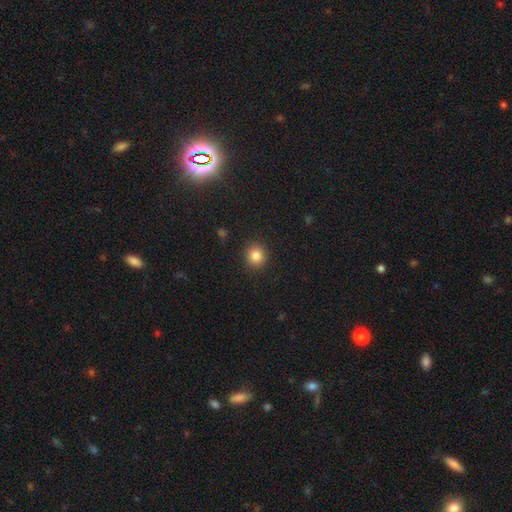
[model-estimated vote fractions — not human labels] smooth_or_featured: smooth (p=0.85) [alt: star or artifact p=0.11]
how_rounded: round (p=0.89) [alt: in between p=0.10]
merging: none (p=0.91) [alt: minor disturbance p=0.06]